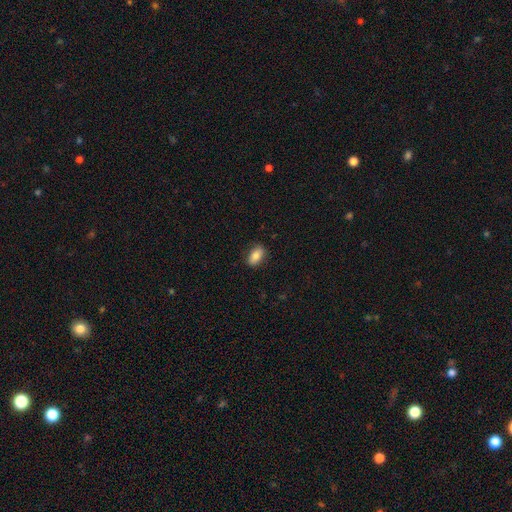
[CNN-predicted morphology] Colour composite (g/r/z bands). It shows a smooth galaxy with no disk features (83%) that is in between round and cigar-shaped (89%). Merging: none (85%).